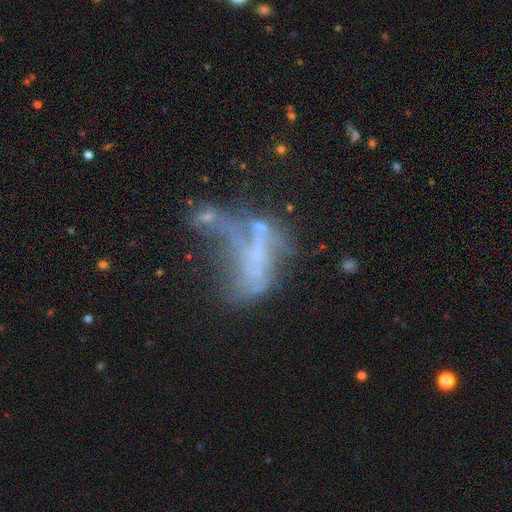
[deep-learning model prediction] smooth_or_featured: featured or disk (p=0.54) [alt: smooth p=0.26]
disk_edge_on: no (p=0.92) [alt: yes p=0.08]
merging: major disturbance (p=0.39) [alt: merger p=0.35]